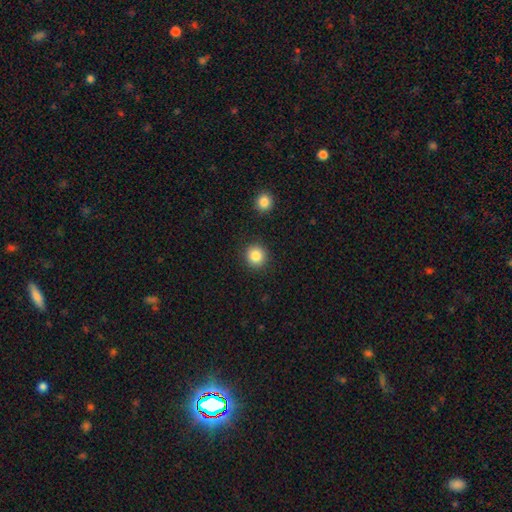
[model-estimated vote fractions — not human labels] Morphology: type=smooth (86%); roundness=round (91%); merging=none (90%).